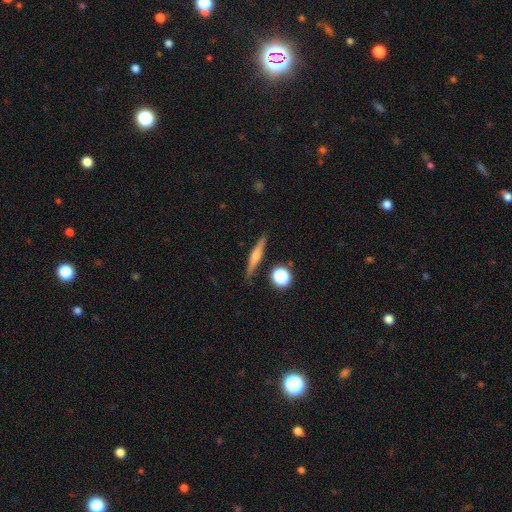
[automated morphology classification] Q: Smooth or featured?
A: featured or disk (49%); runner-up: smooth (43%)
Q: Merging?
A: none (85%); runner-up: minor disturbance (10%)